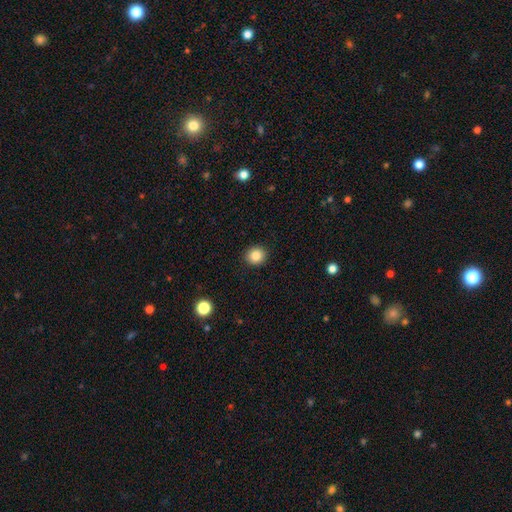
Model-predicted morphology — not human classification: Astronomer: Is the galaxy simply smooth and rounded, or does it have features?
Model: smooth — 85%.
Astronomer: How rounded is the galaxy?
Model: round — 85%.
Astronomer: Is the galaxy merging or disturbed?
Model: none — 92%.